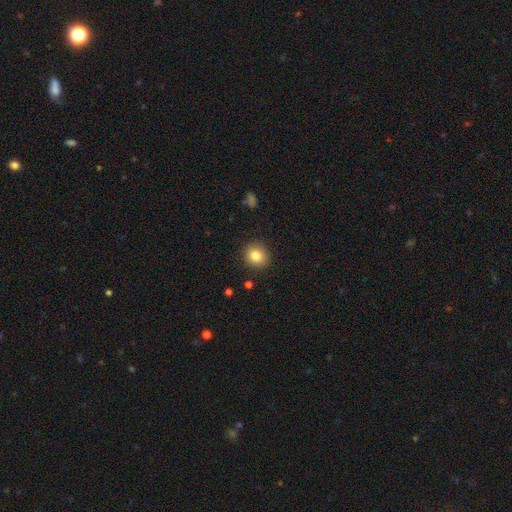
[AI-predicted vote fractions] The model was most divided on "how rounded": round: 84%, in between: 15%, cigar-shaped: 1%. More confident: merging — none (90%); smooth or featured — smooth (84%).